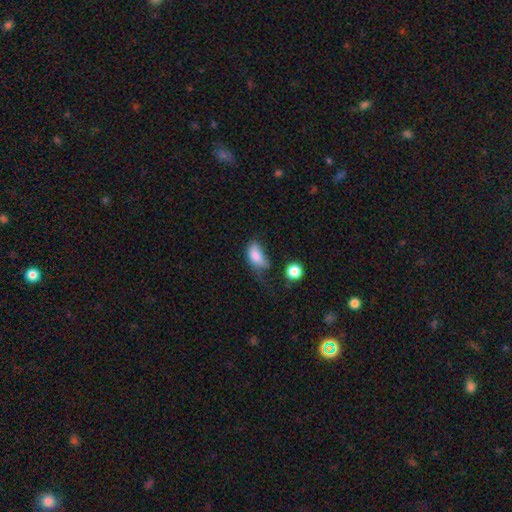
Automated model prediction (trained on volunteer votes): Overall: smooth (80%). How rounded: in between (88%). Merging: minor disturbance (35%; major disturbance 30%).